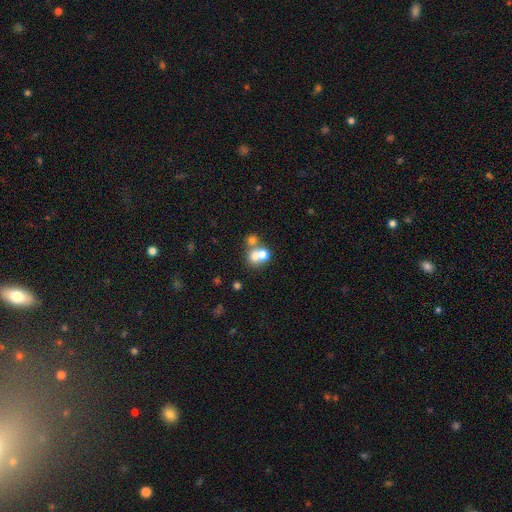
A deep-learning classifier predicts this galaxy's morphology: Smooth or featured? smooth (65%)
How rounded? round (70%)
Merging? merger (61%)